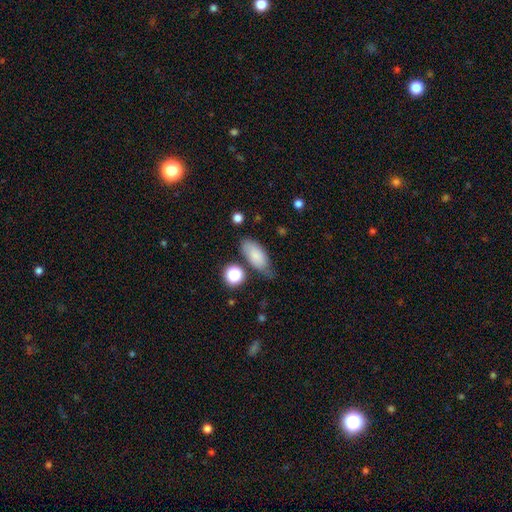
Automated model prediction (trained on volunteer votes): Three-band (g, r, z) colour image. It shows a smooth galaxy with no disk features (80%) that is in between round and cigar-shaped (85%). Merging: none (59%).